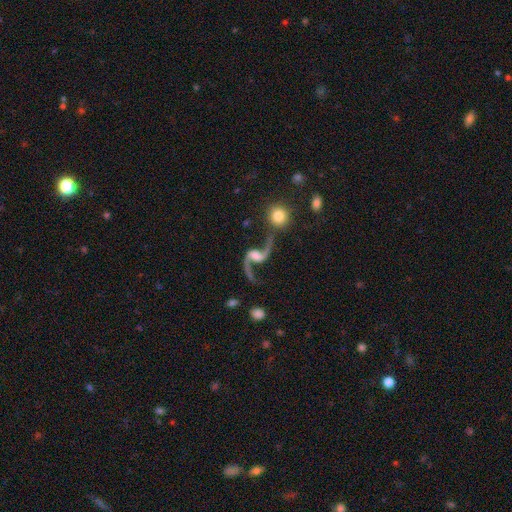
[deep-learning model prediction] Smooth or featured?
  - featured or disk: 91% *
  - star or artifact: 5%
  - smooth: 4%
Edge-on disk?
  - no: 97% *
  - yes: 3%
Bar?
  - no: 43% *
  - weak: 38%
  - strong: 18%
Spiral arms?
  - yes: 97% *
  - no: 3%
Spiral winding?
  - loose: 88% *
  - medium: 9%
  - tight: 2%
Spiral arm count?
  - 2: 94% *
  - 1: 2%
  - can't tell: 1%
  - 3: 1%
  - 4: 1%
  - more than 4: 1%
Bulge size?
  - moderate: 34% *
  - small: 26%
  - none: 21%
  - large: 16%
  - dominant: 3%
Merging?
  - none: 67% *
  - minor disturbance: 14%
  - major disturbance: 12%
  - merger: 7%